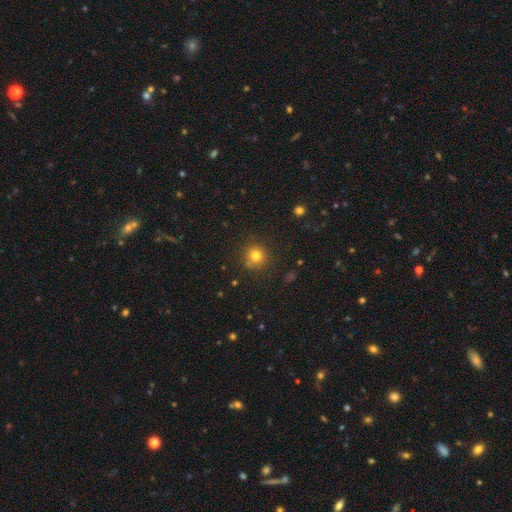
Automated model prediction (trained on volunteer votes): Smooth or featured? smooth (79%)
How rounded? round (93%)
Merging? none (84%)